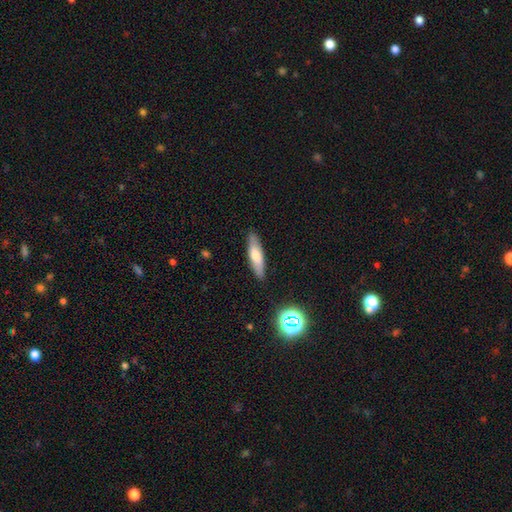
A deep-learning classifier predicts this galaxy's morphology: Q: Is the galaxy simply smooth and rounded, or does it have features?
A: smooth — 66%.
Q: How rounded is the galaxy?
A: cigar-shaped — 67%.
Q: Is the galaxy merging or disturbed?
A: none — 87%.